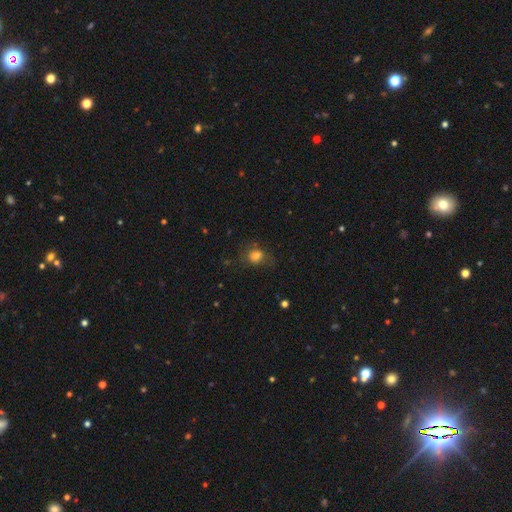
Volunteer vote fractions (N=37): smooth-or-featured: smooth: 78% | featured or disk: 16% | star or artifact: 5%
  how-rounded: in between: 52% | round: 45% | cigar-shaped: 3%
  merging: none: 57% | major disturbance: 26% | minor disturbance: 14% | merger: 3%